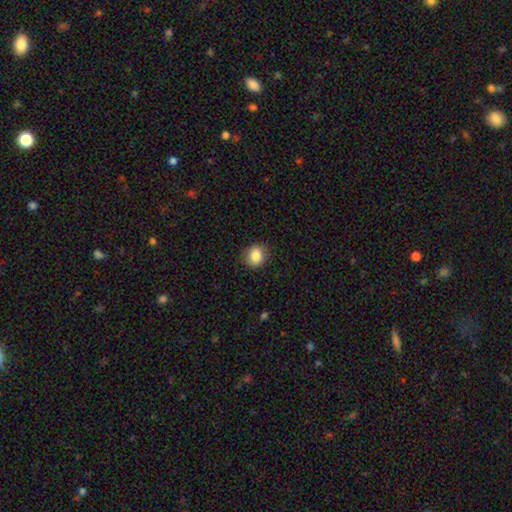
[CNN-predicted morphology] This is clearly a smooth galaxy (85%). How rounded: likely round (65%). Merging: clearly none (86%).